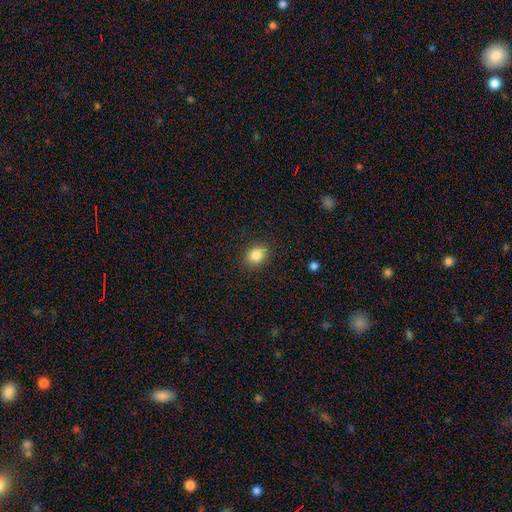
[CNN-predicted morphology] Q: Smooth or featured?
A: smooth (85%); runner-up: star or artifact (10%)
Q: How rounded?
A: in between (51%); runner-up: round (48%)
Q: Merging?
A: none (88%); runner-up: minor disturbance (8%)